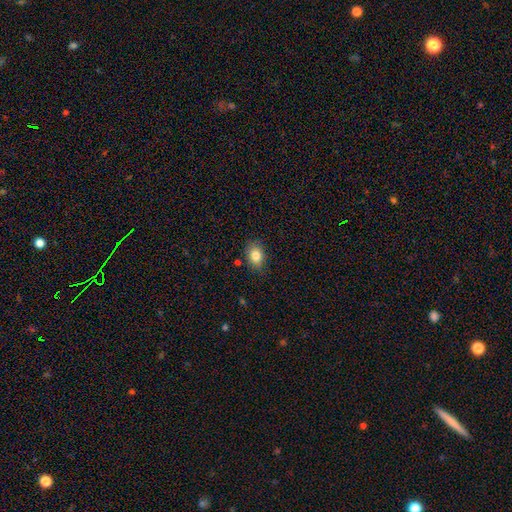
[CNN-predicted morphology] Q: Smooth or featured?
A: smooth (82%); runner-up: star or artifact (9%)
Q: How rounded?
A: in between (71%); runner-up: round (27%)
Q: Merging?
A: none (81%); runner-up: minor disturbance (14%)